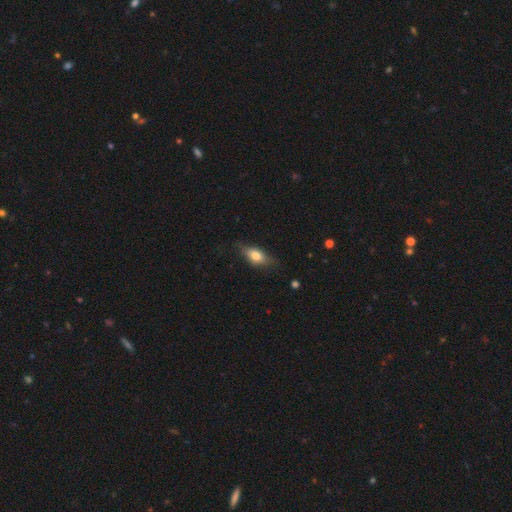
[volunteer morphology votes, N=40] A smooth galaxy with no disk features (85%) that is in between round and cigar-shaped (76%).

Vote fractions:
- Smooth or featured? smooth: 85% / featured or disk: 12% / star or artifact: 2%
- How rounded? in between: 76% / cigar-shaped: 15% / round: 9%
- Merging? none: 67% / minor disturbance: 31% / major disturbance: 3% / merger: 0%